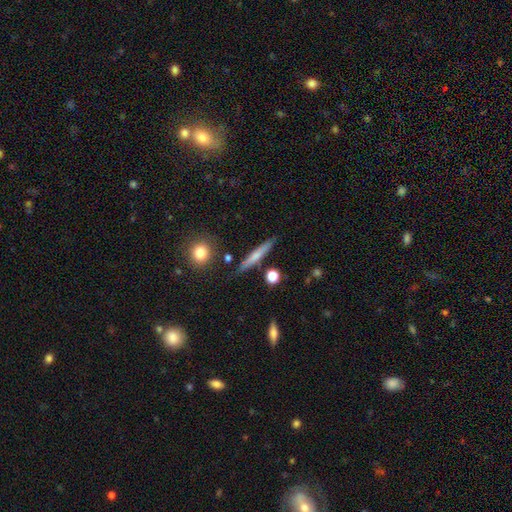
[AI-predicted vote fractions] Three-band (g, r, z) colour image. It shows a smooth galaxy with no disk features (59%) that is cigar-shaped (92%). Merging: none (86%).